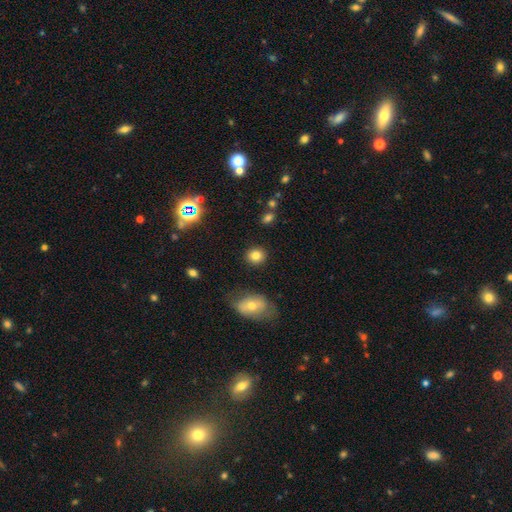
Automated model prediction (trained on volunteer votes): Morphology: type=smooth (81%); roundness=round (84%); merging=none (87%).